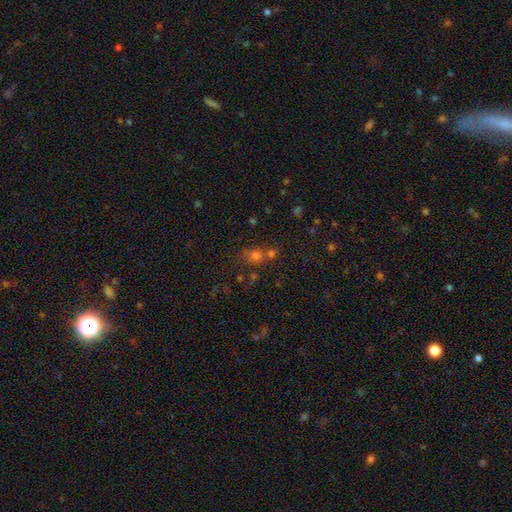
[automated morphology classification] type=smooth (61%); roundness=round (74%); merging=none (52%).